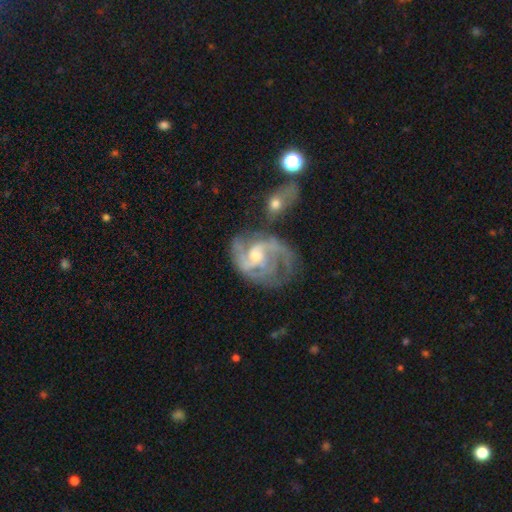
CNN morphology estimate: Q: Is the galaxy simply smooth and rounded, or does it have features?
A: featured or disk — 87%.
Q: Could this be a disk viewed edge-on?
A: no — 98%.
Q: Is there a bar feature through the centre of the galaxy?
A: no — 49%.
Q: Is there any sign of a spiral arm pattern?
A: yes — 94%.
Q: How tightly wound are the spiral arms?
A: medium — 47%.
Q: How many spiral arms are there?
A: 2 — 35%.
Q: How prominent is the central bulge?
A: moderate — 54%.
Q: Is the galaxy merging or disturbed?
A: none — 40%.